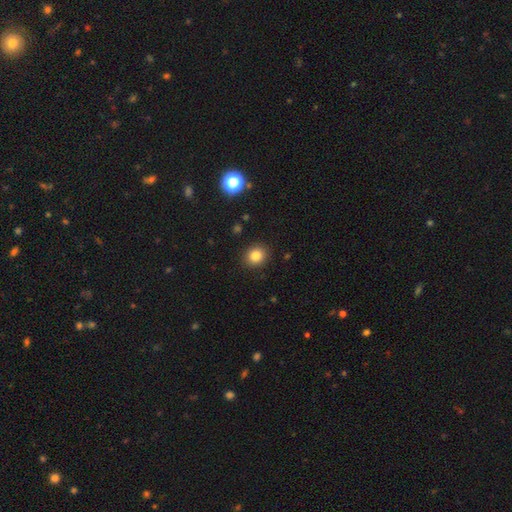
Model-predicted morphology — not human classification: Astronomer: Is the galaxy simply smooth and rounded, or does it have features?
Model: smooth — 83%.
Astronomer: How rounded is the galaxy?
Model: round — 76%.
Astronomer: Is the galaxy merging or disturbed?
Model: none — 90%.